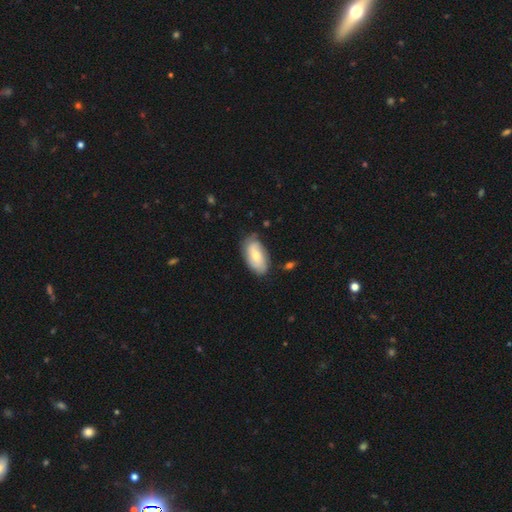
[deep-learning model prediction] A smooth galaxy with no disk features (55%) that is in between round and cigar-shaped (93%).

Vote fractions:
- Smooth or featured? smooth: 55% / featured or disk: 39% / star or artifact: 6%
- How rounded? in between: 93% / cigar-shaped: 4% / round: 4%
- Merging? none: 71% / minor disturbance: 22% / major disturbance: 5% / merger: 2%